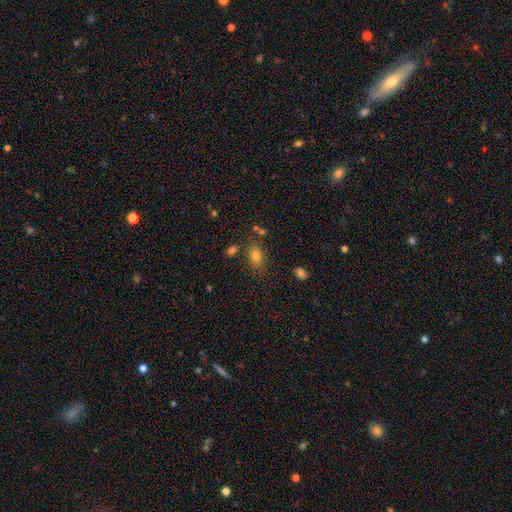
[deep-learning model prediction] Smooth or featured?
  - smooth: 75% *
  - star or artifact: 15%
  - featured or disk: 10%
How rounded?
  - in between: 75% *
  - round: 23%
  - cigar-shaped: 2%
Merging?
  - none: 75% *
  - minor disturbance: 13%
  - merger: 7%
  - major disturbance: 4%